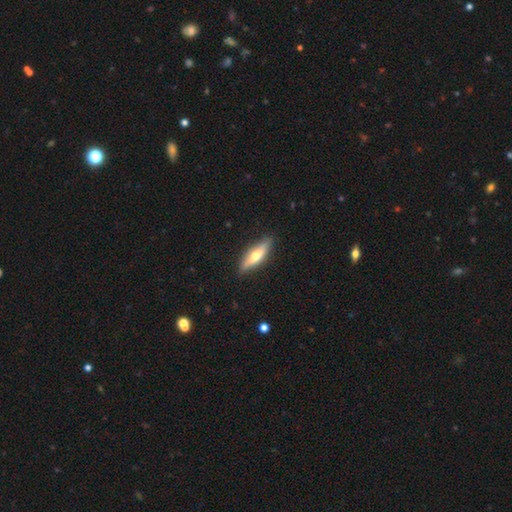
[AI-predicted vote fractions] Morphology: type=smooth (48%); merging=none (86%).